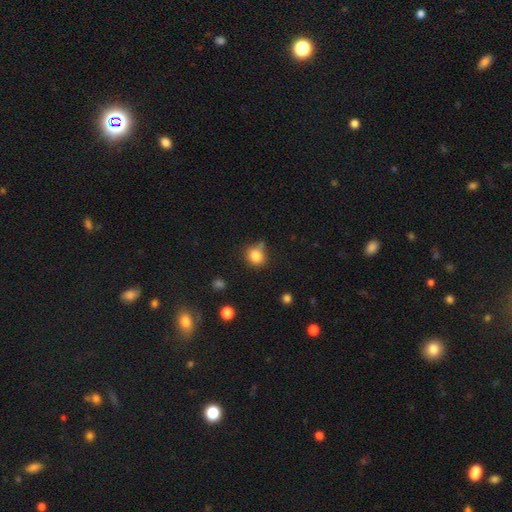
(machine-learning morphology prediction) This is clearly a smooth galaxy (83%). How rounded: likely round (75%). Merging: likely none (68%).